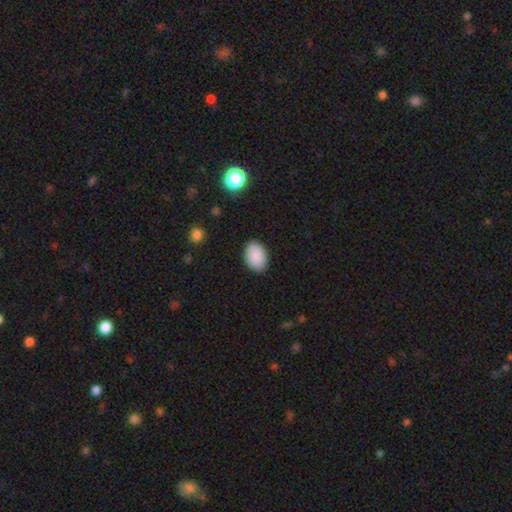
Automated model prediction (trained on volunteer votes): smooth_or_featured: smooth (p=0.90) [alt: star or artifact p=0.07]
how_rounded: in between (p=0.86) [alt: round p=0.13]
merging: none (p=0.88) [alt: minor disturbance p=0.09]